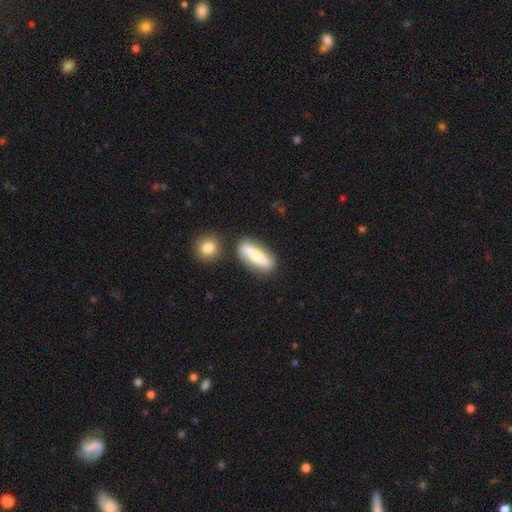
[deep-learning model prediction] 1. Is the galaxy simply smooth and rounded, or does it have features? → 58% smooth, 36% featured or disk, 6% star or artifact.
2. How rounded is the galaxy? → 52% cigar-shaped, 45% in between, 3% round.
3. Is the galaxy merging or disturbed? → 76% none, 12% minor disturbance, 8% merger, 4% major disturbance.